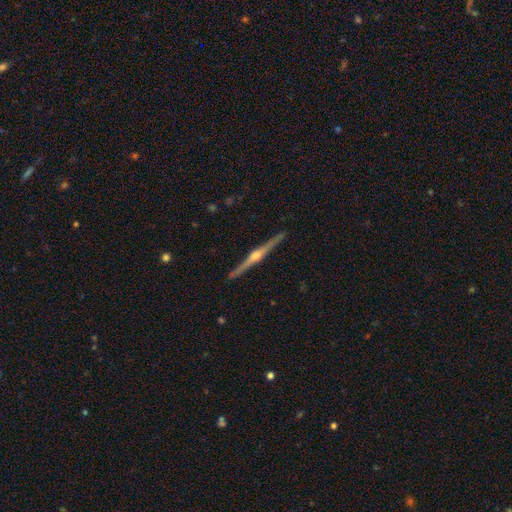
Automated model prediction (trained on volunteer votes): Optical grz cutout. It shows a featured or disk galaxy (88%) viewed edge-on (99%) with a rounded central bulge (93%). Merging: none (93%).